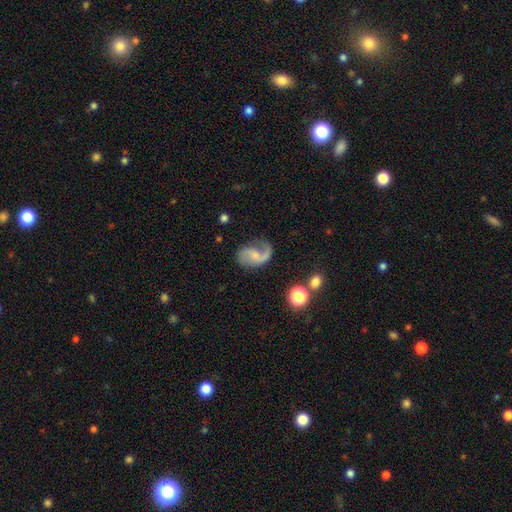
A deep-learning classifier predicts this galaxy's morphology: type=featured or disk (78%); edge-on=no (98%); bar=no (49%); spiral arms=yes (94%); winding=loose (56%); arm count=2 (67%); bulge=small (39%); merging=none (56%).